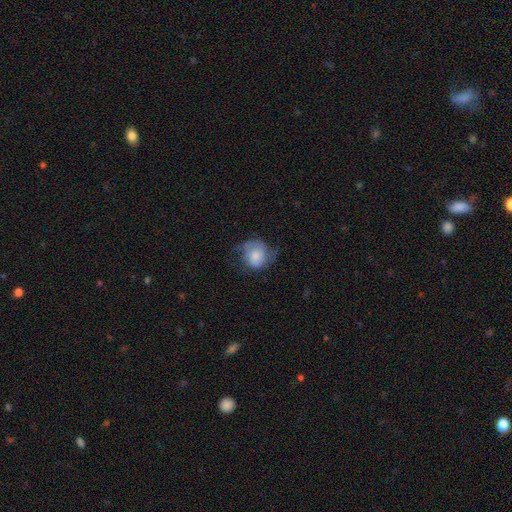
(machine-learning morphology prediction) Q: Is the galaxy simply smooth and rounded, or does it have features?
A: smooth — 48%.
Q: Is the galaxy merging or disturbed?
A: none — 53%.